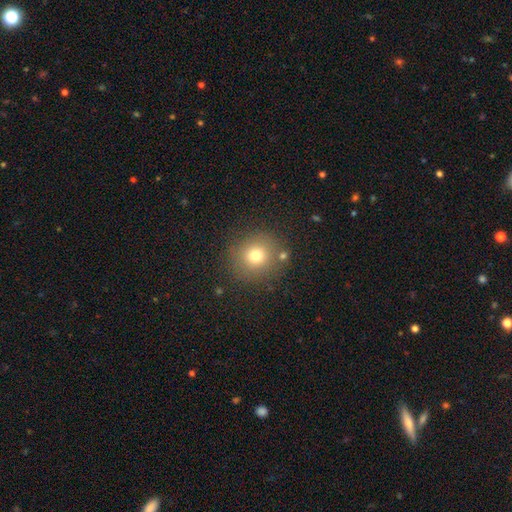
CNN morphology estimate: Q: Smooth or featured?
A: smooth (75%); runner-up: star or artifact (15%)
Q: How rounded?
A: round (92%); runner-up: in between (7%)
Q: Merging?
A: none (83%); runner-up: minor disturbance (9%)